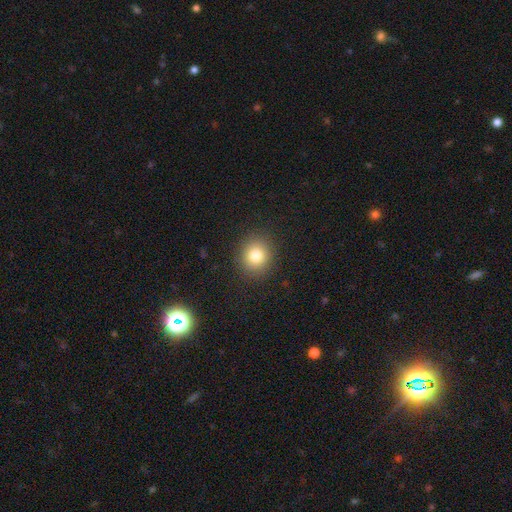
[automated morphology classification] smooth 80%, star or artifact 11%, featured or disk 8%. Down the decision tree: how rounded — round (80%); merging — none (89%).